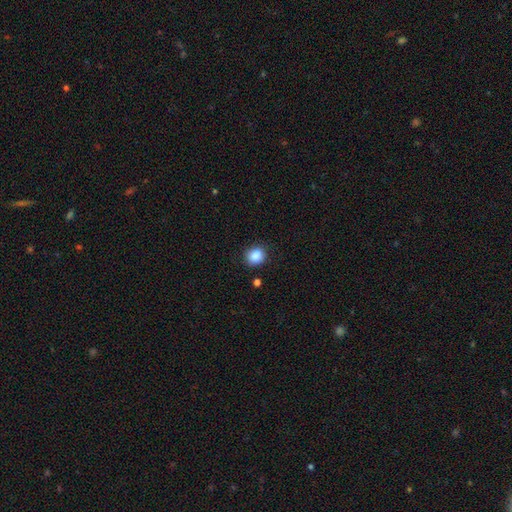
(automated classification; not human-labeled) Q: Smooth or featured?
A: smooth (88%); runner-up: star or artifact (9%)
Q: How rounded?
A: round (74%); runner-up: in between (25%)
Q: Merging?
A: none (83%); runner-up: minor disturbance (12%)